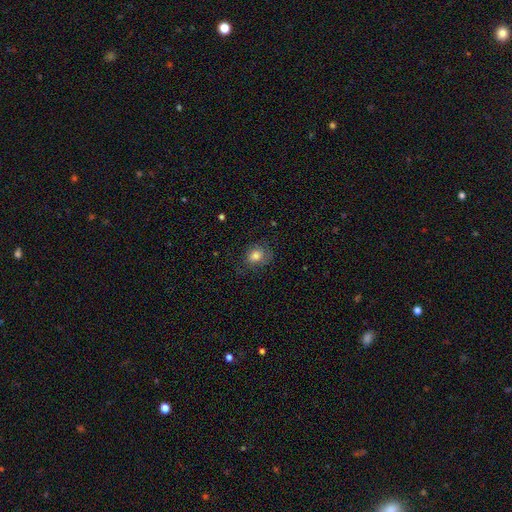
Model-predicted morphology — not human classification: type=smooth (76%); roundness=round (53%); merging=none (67%).